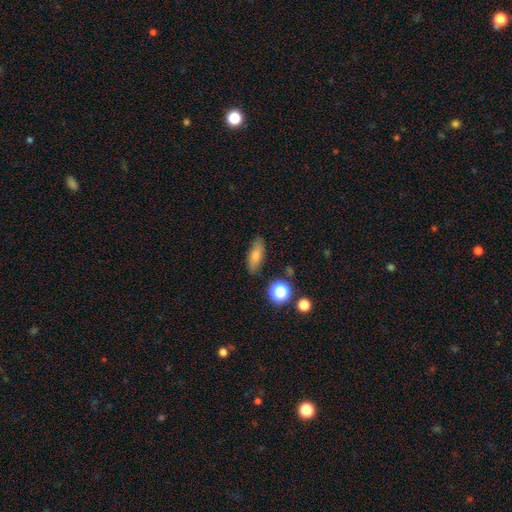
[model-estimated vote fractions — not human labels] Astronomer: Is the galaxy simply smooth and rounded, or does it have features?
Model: smooth — 78%.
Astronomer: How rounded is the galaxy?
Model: in between — 70%.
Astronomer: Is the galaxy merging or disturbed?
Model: none — 82%.